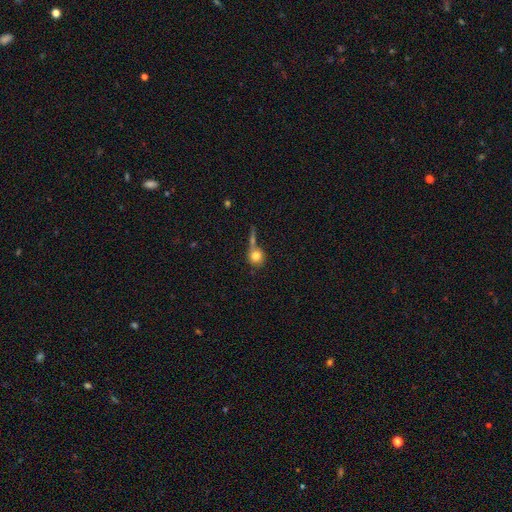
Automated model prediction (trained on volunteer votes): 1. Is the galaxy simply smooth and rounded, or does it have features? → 78% smooth, 13% featured or disk, 9% star or artifact.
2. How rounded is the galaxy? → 85% round, 13% in between, 2% cigar-shaped.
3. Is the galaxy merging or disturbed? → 45% none, 32% merger, 13% minor disturbance, 10% major disturbance.